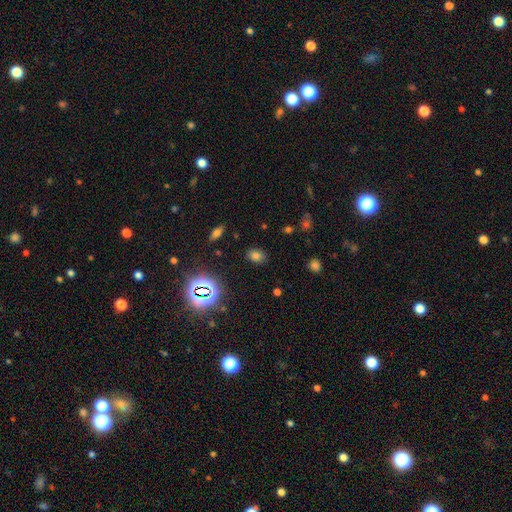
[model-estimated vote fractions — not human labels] smooth_or_featured: smooth (p=0.68) [alt: star or artifact p=0.24]
how_rounded: in between (p=0.71) [alt: round p=0.27]
merging: none (p=0.84) [alt: minor disturbance p=0.11]